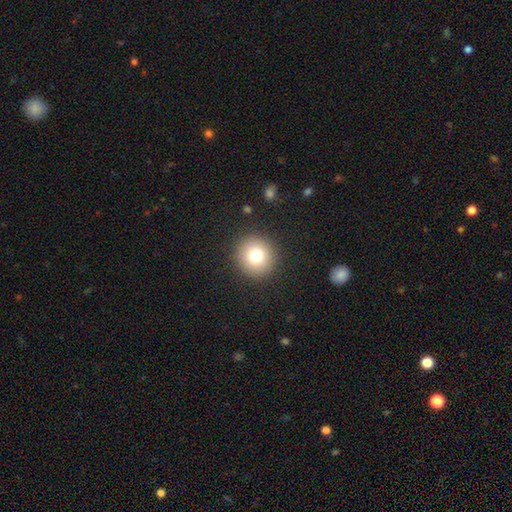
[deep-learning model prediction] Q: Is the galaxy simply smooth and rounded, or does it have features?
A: smooth — 76%.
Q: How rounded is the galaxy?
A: round — 93%.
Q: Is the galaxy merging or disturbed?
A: none — 91%.